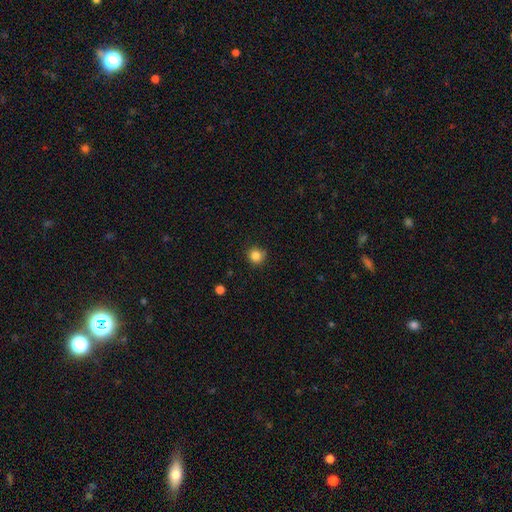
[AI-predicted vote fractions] smooth 84%, star or artifact 12%, featured or disk 4%. Down the decision tree: how rounded — round (93%); merging — none (84%).